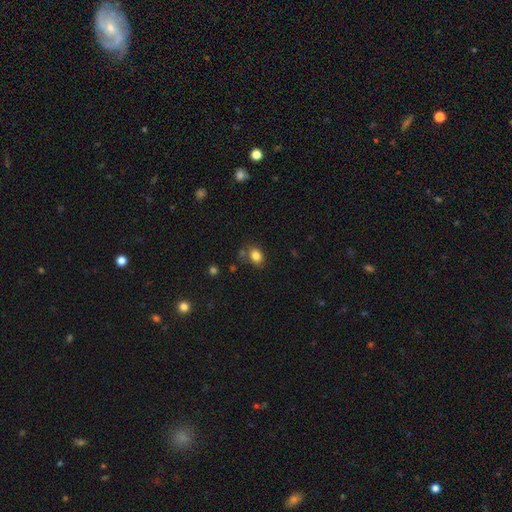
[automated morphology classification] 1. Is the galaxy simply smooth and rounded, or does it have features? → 83% smooth, 11% star or artifact, 6% featured or disk.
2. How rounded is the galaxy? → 64% in between, 35% round, 1% cigar-shaped.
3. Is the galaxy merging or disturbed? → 70% none, 17% minor disturbance, 8% merger, 5% major disturbance.